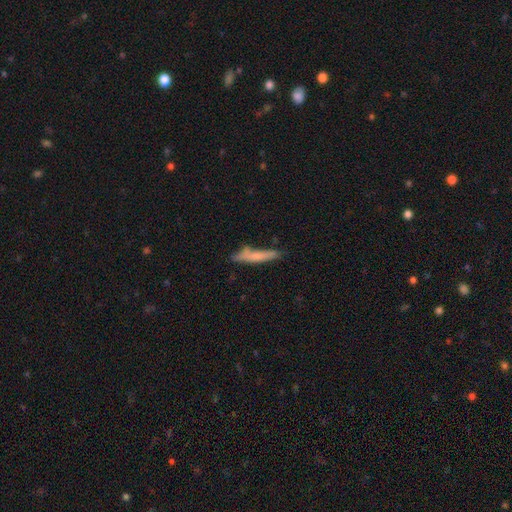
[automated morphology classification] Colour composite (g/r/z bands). It shows a smooth galaxy with no disk features (65%) that is cigar-shaped (90%). Merging: none (67%).